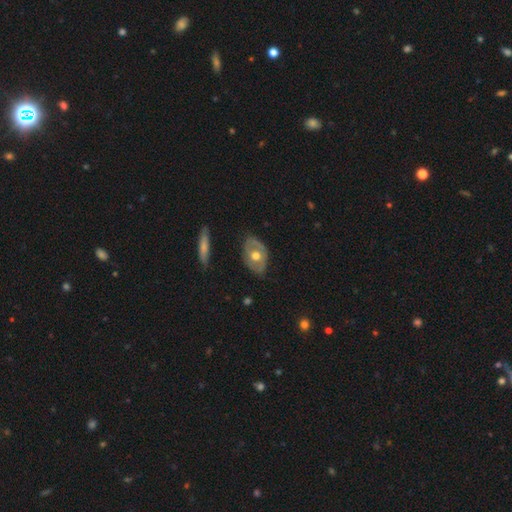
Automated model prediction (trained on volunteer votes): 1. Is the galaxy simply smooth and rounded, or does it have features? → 56% featured or disk, 38% smooth, 6% star or artifact.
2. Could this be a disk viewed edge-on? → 88% no, 12% yes.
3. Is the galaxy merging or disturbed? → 75% none, 19% minor disturbance, 4% major disturbance, 2% merger.